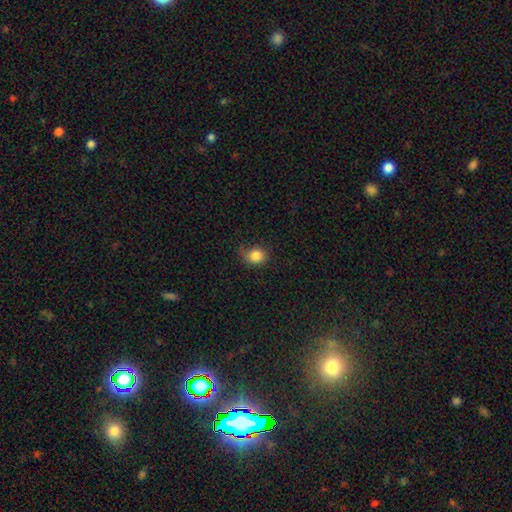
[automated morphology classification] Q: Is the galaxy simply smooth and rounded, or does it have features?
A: smooth — 84%.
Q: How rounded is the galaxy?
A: round — 70%.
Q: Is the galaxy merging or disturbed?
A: none — 71%.